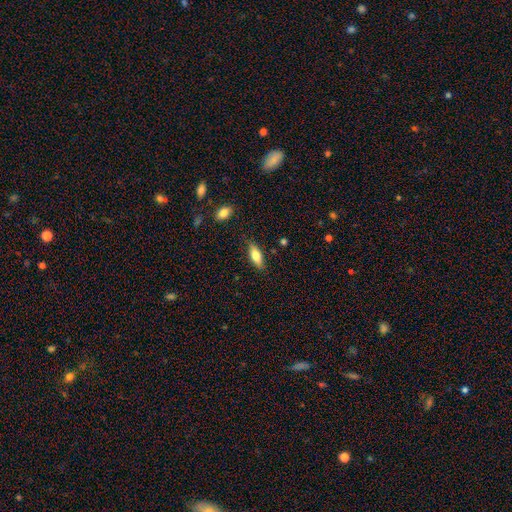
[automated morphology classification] smooth-or-featured: smooth: 74% | featured or disk: 20% | star or artifact: 7%
  how-rounded: in between: 68% | cigar-shaped: 29% | round: 2%
  merging: none: 82% | minor disturbance: 14% | major disturbance: 3% | merger: 2%